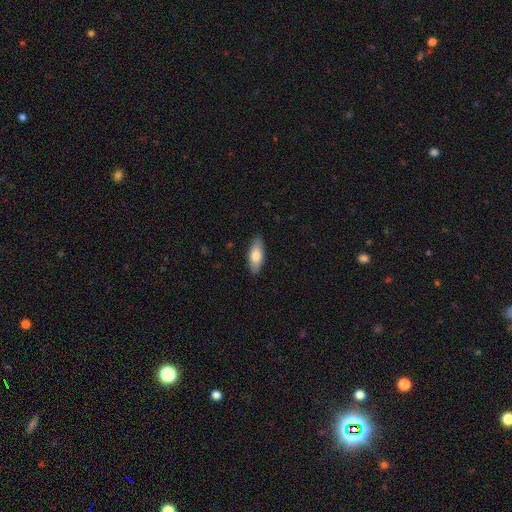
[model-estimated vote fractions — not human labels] This is likely a smooth galaxy (76%). How rounded: likely in between (79%). Merging: clearly none (87%).